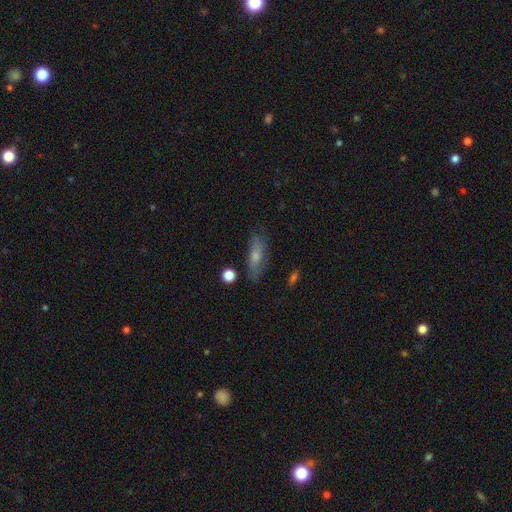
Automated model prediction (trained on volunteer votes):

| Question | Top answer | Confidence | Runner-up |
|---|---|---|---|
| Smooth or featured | smooth | 47% | featured or disk (40%) |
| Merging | none | 76% | minor disturbance (17%) |